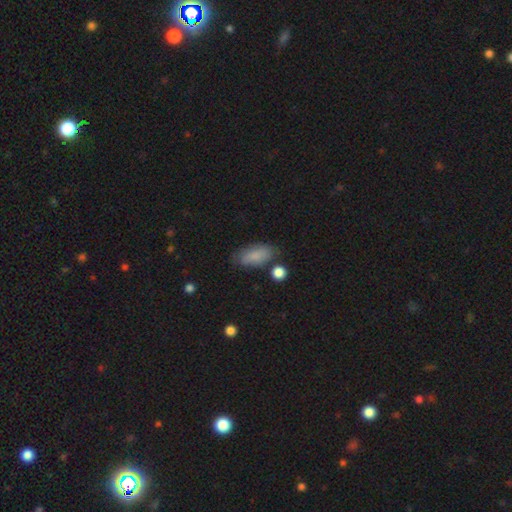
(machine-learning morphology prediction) Q: Smooth or featured?
A: smooth (82%); runner-up: featured or disk (11%)
Q: How rounded?
A: in between (86%); runner-up: cigar-shaped (10%)
Q: Merging?
A: none (69%); runner-up: minor disturbance (20%)